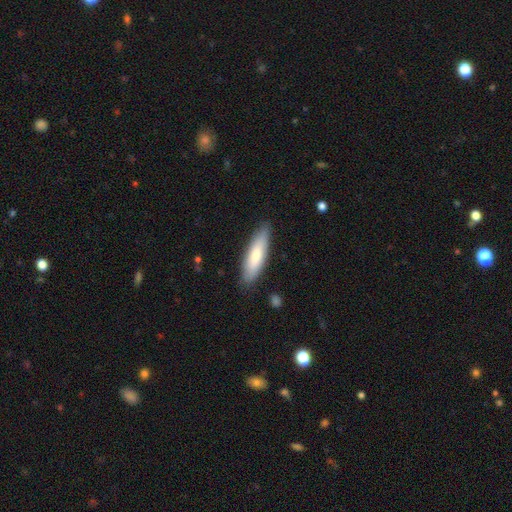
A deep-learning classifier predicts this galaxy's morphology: Smooth or featured?
  - smooth: 74% *
  - featured or disk: 20%
  - star or artifact: 5%
How rounded?
  - cigar-shaped: 63% *
  - in between: 36%
  - round: 1%
Merging?
  - none: 86% *
  - minor disturbance: 11%
  - major disturbance: 2%
  - merger: 1%